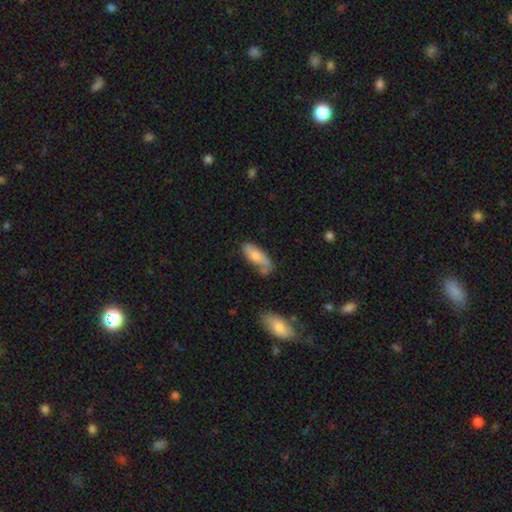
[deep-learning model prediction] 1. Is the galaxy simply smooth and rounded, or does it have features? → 71% smooth, 22% featured or disk, 7% star or artifact.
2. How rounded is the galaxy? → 75% in between, 23% cigar-shaped, 2% round.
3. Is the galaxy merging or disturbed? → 48% none, 29% minor disturbance, 11% major disturbance, 11% merger.